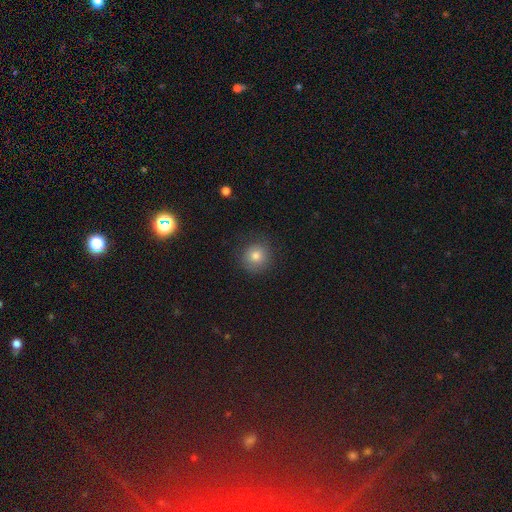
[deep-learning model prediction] A smooth galaxy with no disk features (78%) that is round (91%).

Vote fractions:
- Smooth or featured? smooth: 78% / star or artifact: 12% / featured or disk: 10%
- How rounded? round: 91% / in between: 8% / cigar-shaped: 1%
- Merging? none: 84% / minor disturbance: 11% / major disturbance: 4% / merger: 1%